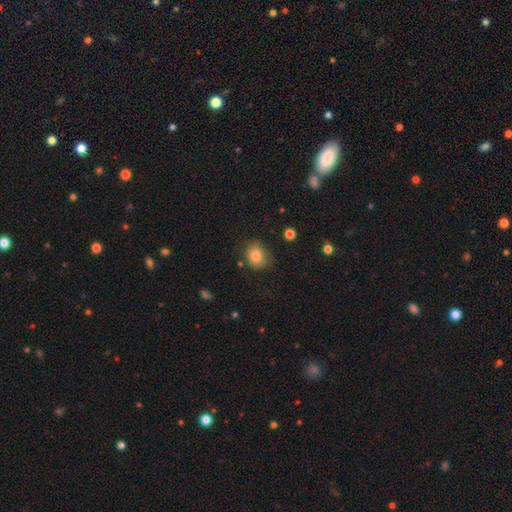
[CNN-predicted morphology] Q: Smooth or featured?
A: smooth (83%); runner-up: star or artifact (10%)
Q: How rounded?
A: round (67%); runner-up: in between (32%)
Q: Merging?
A: none (70%); runner-up: minor disturbance (22%)